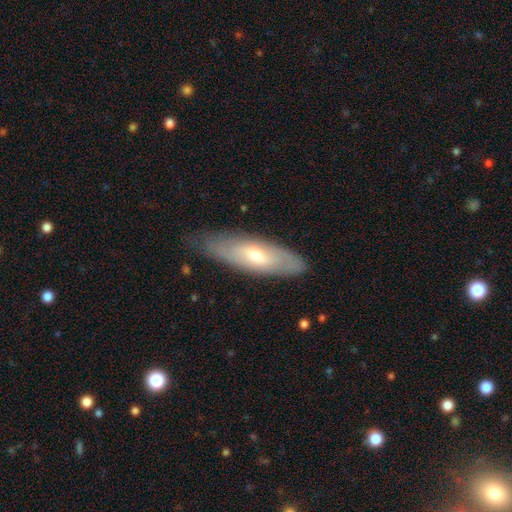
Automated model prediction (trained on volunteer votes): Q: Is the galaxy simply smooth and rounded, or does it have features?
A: featured or disk — 49%.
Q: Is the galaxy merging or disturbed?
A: none — 77%.